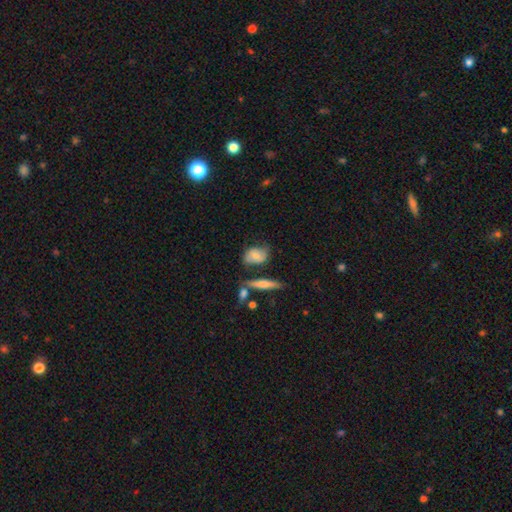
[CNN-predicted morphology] This is possibly a smooth galaxy (58%). How rounded: likely in between (69%). Merging: possibly none (58%).